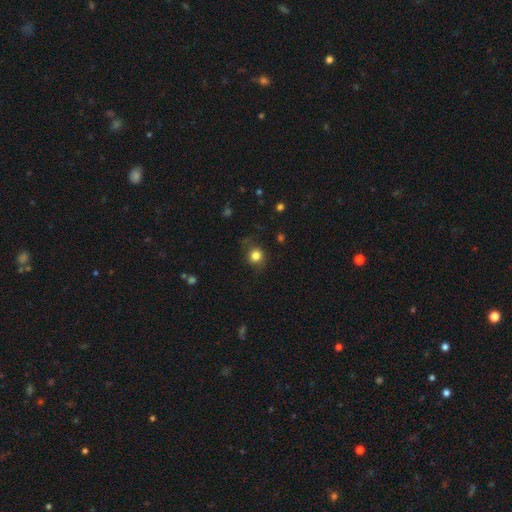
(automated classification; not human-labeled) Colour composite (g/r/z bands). It shows a smooth galaxy with no disk features (82%) that is round (87%). Merging: none (80%).